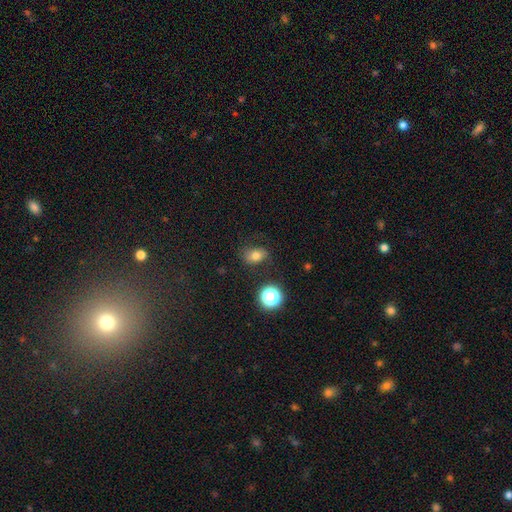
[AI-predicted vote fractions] The model was most divided on "how rounded": in between: 69%, round: 30%, cigar-shaped: 1%. More confident: merging — none (72%); smooth or featured — smooth (71%).